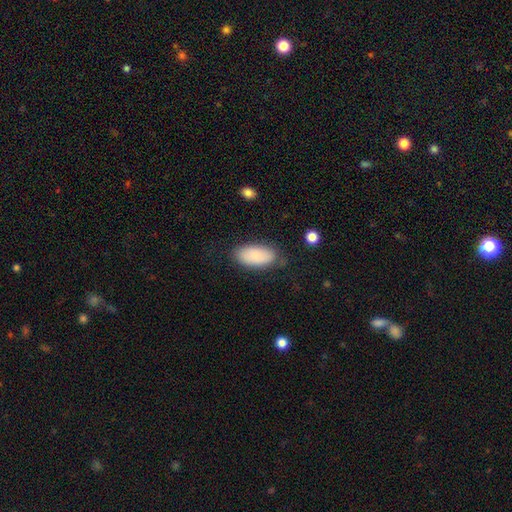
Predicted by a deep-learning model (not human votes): The model was most divided on "merging": none: 77%, minor disturbance: 17%, major disturbance: 5%, merger: 2%. More confident: how rounded — in between (92%); smooth or featured — smooth (86%).